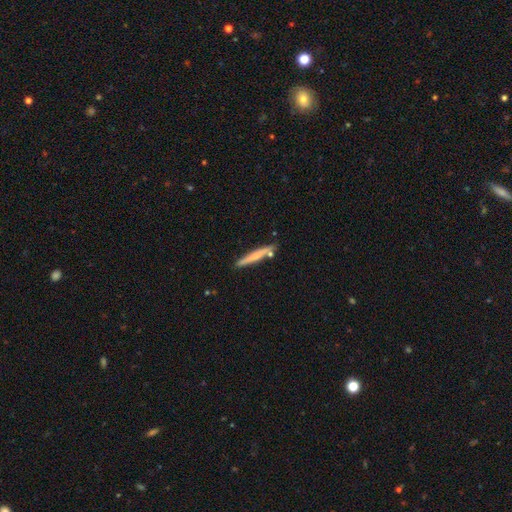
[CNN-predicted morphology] Q: Smooth or featured?
A: smooth (59%); runner-up: featured or disk (36%)
Q: How rounded?
A: cigar-shaped (95%); runner-up: in between (3%)
Q: Merging?
A: none (80%); runner-up: minor disturbance (12%)